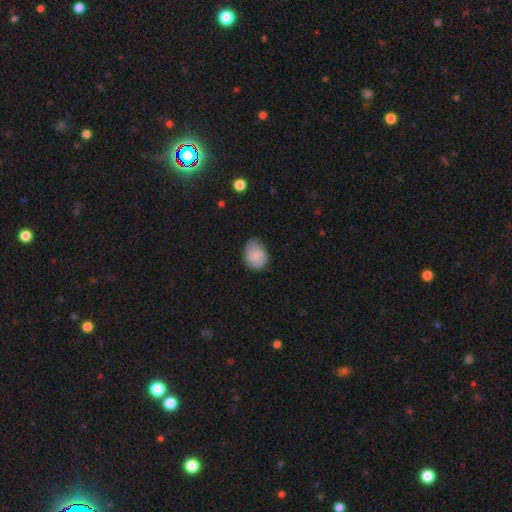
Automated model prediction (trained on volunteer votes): Smooth or featured?
  - smooth: 80% *
  - featured or disk: 13%
  - star or artifact: 7%
How rounded?
  - in between: 62% *
  - round: 37%
  - cigar-shaped: 1%
Merging?
  - none: 69% *
  - minor disturbance: 25%
  - major disturbance: 5%
  - merger: 1%